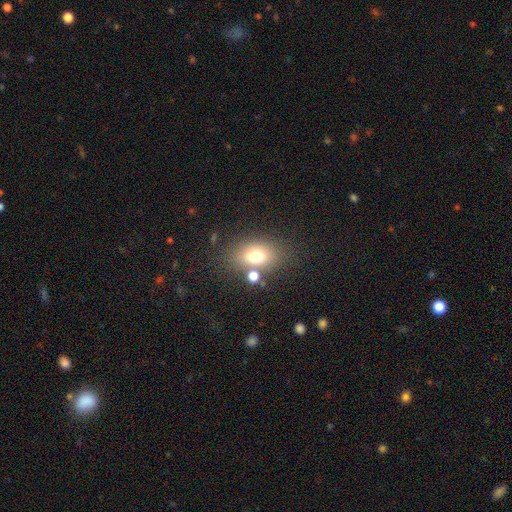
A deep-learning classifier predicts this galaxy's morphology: A smooth galaxy with no disk features (71%) that is in between round and cigar-shaped (73%). Merging: none (68%).